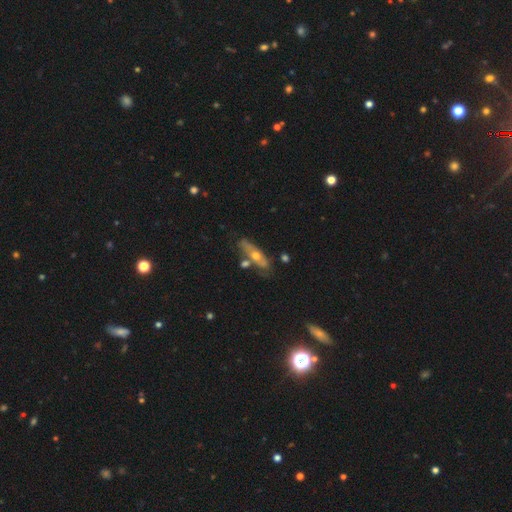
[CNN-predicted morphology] Overall: featured or disk (57%; smooth 37%). Edge-on disk: no (52%; yes 48%). Merging: none (61%).